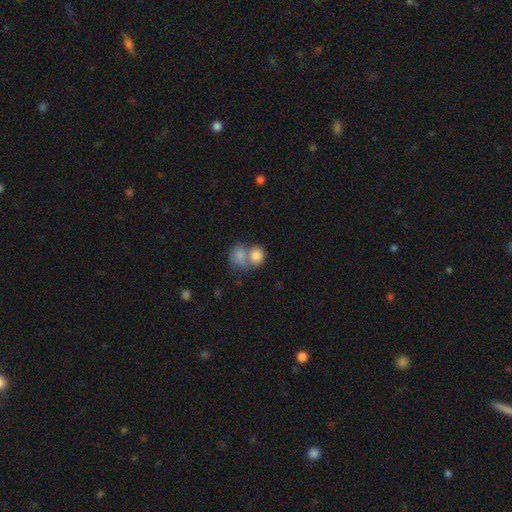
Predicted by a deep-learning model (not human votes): The model was most divided on "merging": merger: 62%, none: 27%, minor disturbance: 7%, major disturbance: 4%. More confident: smooth or featured — smooth (80%); how rounded — round (69%).